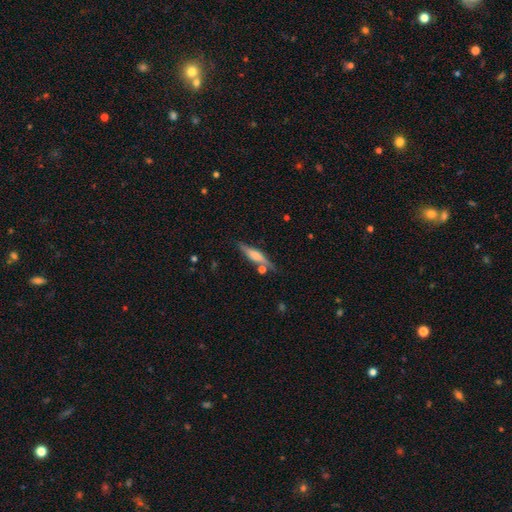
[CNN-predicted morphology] Smooth or featured? Predicted: featured or disk (p=0.51). Edge-on disk? Predicted: yes (p=0.95). Merging? Predicted: none (p=0.76).